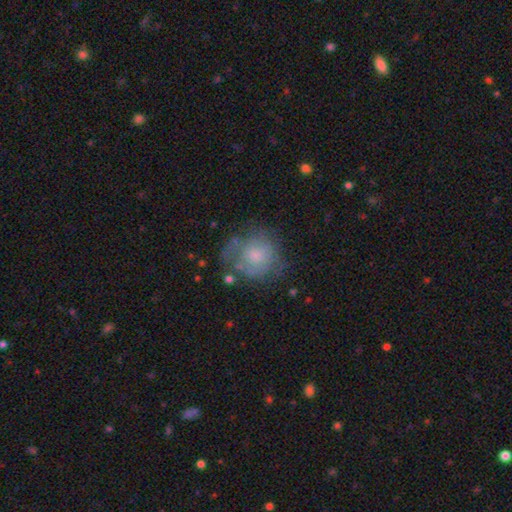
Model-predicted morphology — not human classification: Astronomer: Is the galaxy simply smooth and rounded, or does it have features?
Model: smooth — 56% (runner-up: featured or disk, 35%).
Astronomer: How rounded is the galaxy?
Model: round — 80%.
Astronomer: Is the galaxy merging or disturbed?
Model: none — 52%.